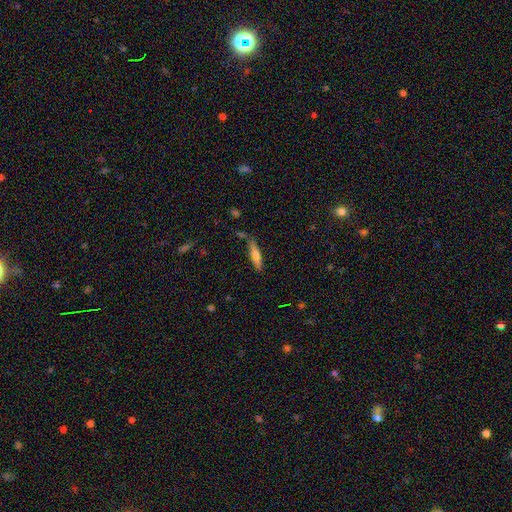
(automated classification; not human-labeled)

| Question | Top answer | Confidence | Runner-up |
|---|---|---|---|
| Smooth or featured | smooth | 56% | featured or disk (36%) |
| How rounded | cigar-shaped | 80% | in between (19%) |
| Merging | none | 77% | minor disturbance (15%) |